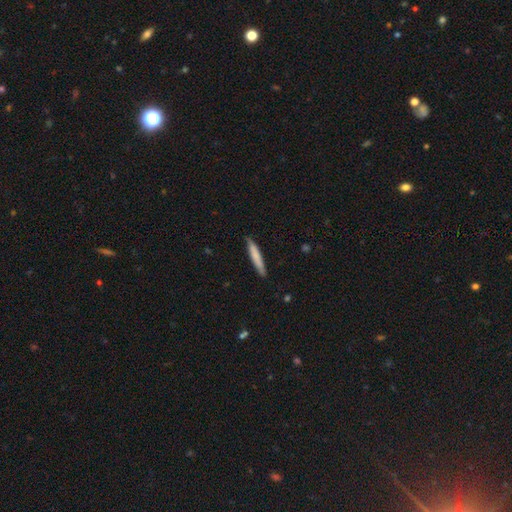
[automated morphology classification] Smooth or featured: smooth — 74% (featured or disk — 20%)
How rounded: cigar-shaped — 93% (in between — 5%)
Merging: none — 85% (minor disturbance — 12%)